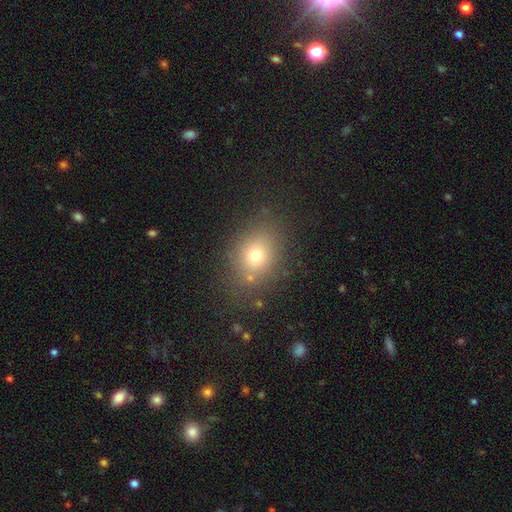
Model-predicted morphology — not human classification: Smooth or featured: smooth — 72% (star or artifact — 17%)
How rounded: in between — 51% (round — 48%)
Merging: none — 79% (minor disturbance — 12%)